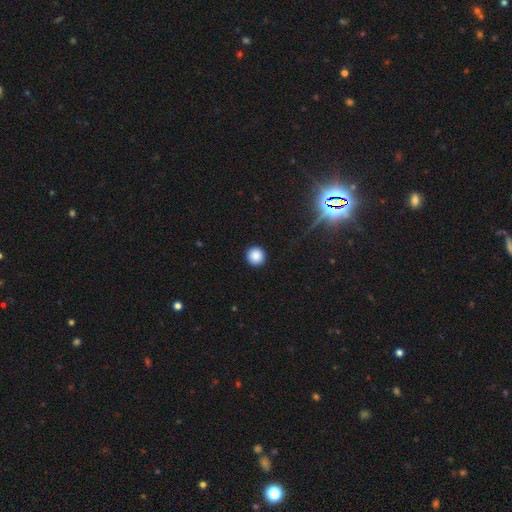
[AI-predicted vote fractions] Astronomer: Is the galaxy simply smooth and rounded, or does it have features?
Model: smooth — 87%.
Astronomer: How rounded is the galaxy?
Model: round — 96%.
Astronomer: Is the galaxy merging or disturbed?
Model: none — 93%.